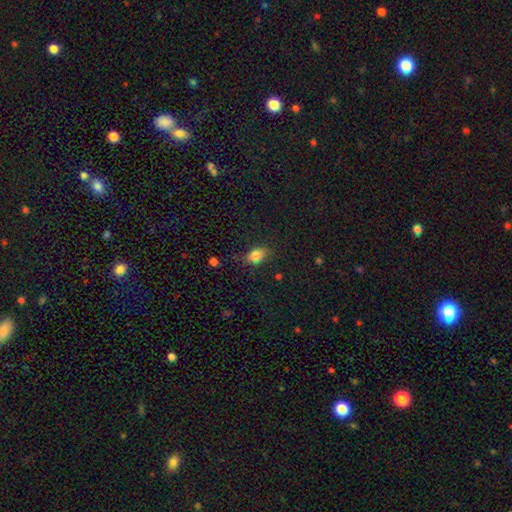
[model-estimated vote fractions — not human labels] The model was most divided on "how rounded": in between: 69%, round: 29%, cigar-shaped: 2%. More confident: smooth or featured — smooth (82%); merging — none (72%).